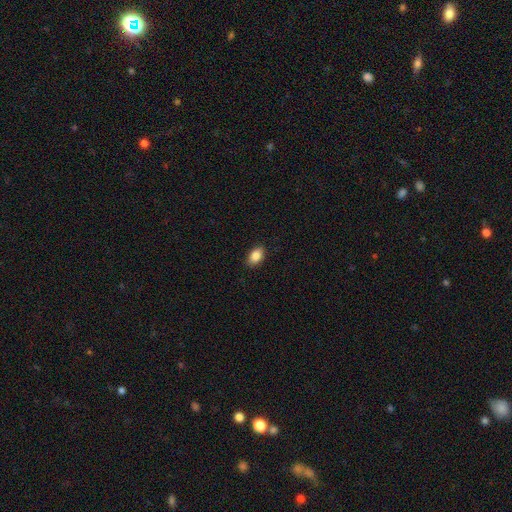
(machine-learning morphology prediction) A smooth galaxy with no disk features (87%) that is in between round and cigar-shaped (90%).

Vote fractions:
- Smooth or featured? smooth: 87% / star or artifact: 8% / featured or disk: 5%
- How rounded? in between: 90% / round: 8% / cigar-shaped: 2%
- Merging? none: 89% / minor disturbance: 8% / major disturbance: 2% / merger: 1%